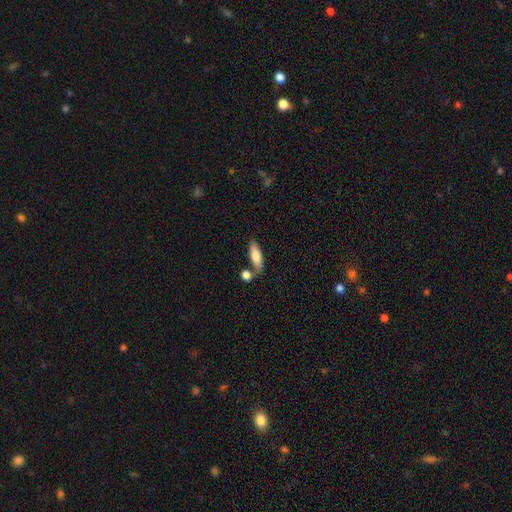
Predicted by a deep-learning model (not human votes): A smooth galaxy with no disk features (78%) that is in between round and cigar-shaped (58%). Merging: none (59%).